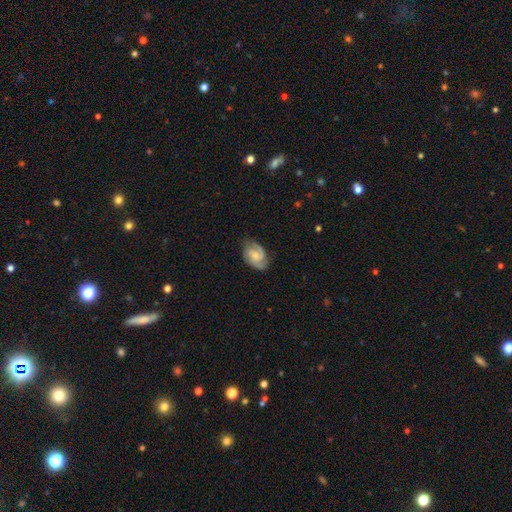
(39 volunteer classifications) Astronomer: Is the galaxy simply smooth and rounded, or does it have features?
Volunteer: featured or disk — 85%.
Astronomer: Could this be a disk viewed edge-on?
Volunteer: no — 100%.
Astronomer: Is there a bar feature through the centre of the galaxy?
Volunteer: no — 70%.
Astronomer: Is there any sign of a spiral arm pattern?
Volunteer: yes — 97%.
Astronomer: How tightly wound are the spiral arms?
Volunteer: medium — 53% (runner-up: tight, 31%).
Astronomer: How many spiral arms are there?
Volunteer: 2 — 41% (runner-up: 3, 34%).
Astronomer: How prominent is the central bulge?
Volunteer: small — 70%.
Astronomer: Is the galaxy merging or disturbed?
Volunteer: none — 80%.